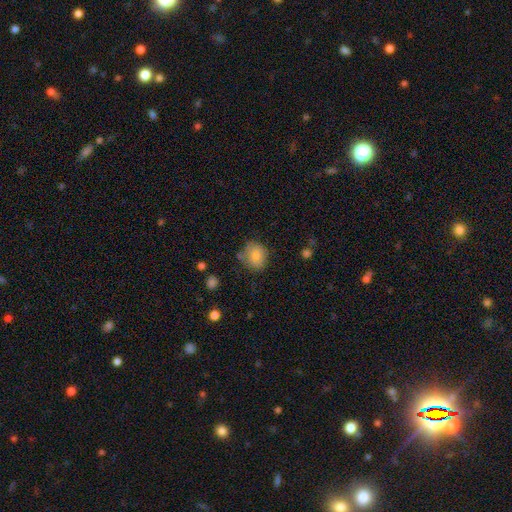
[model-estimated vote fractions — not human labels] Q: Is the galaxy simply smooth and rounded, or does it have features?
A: smooth — 82%.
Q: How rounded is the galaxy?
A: round — 70%.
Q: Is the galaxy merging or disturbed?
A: none — 70%.